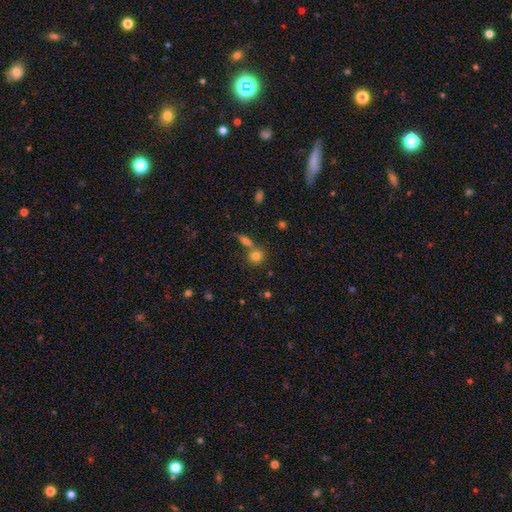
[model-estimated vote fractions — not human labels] Q: Smooth or featured?
A: smooth (78%); runner-up: star or artifact (12%)
Q: How rounded?
A: round (77%); runner-up: in between (21%)
Q: Merging?
A: none (52%); runner-up: merger (36%)